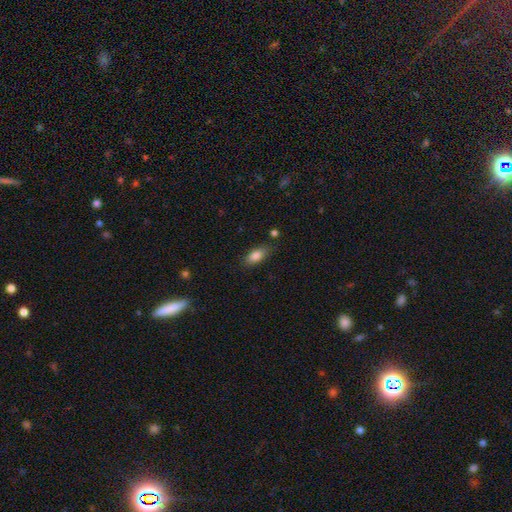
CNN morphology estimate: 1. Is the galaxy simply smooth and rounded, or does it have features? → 84% smooth, 8% star or artifact, 8% featured or disk.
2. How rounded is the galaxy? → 85% in between, 10% cigar-shaped, 4% round.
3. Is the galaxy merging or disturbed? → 76% none, 17% minor disturbance, 4% major disturbance, 3% merger.